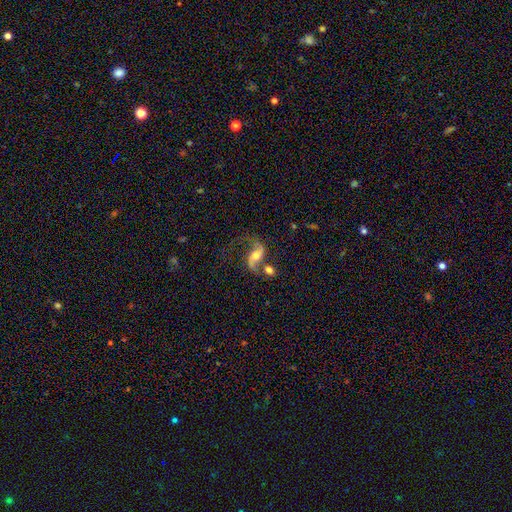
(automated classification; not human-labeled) Q: Smooth or featured?
A: featured or disk (82%); runner-up: smooth (11%)
Q: Edge-on disk?
A: no (96%); runner-up: yes (4%)
Q: Bar?
A: no (44%); runner-up: weak (34%)
Q: Spiral arms?
A: yes (94%); runner-up: no (6%)
Q: Spiral winding?
A: loose (79%); runner-up: medium (17%)
Q: Spiral arm count?
A: 2 (89%); runner-up: 1 (6%)
Q: Bulge size?
A: moderate (60%); runner-up: small (27%)
Q: Merging?
A: none (46%); runner-up: merger (25%)